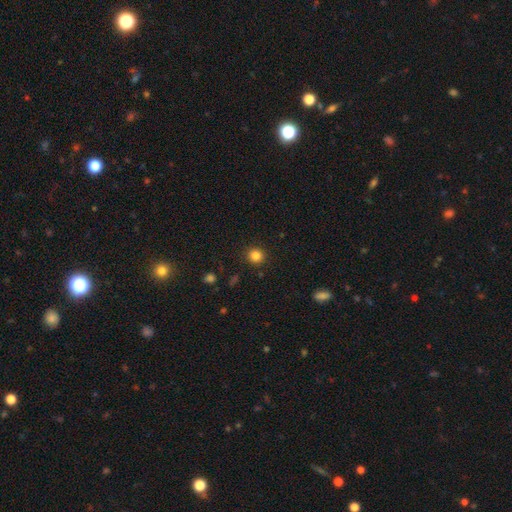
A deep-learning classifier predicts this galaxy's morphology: This is clearly a smooth galaxy (84%). How rounded: clearly round (90%). Merging: clearly none (91%).